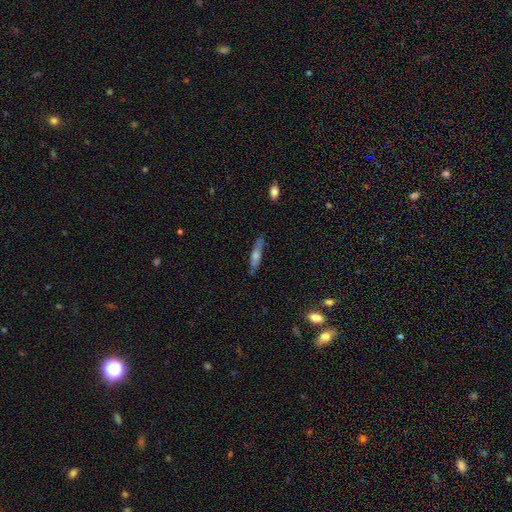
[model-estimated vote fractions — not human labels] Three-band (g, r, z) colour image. It shows a featured or disk galaxy (52%) viewed edge-on (85%). Merging: none (85%).